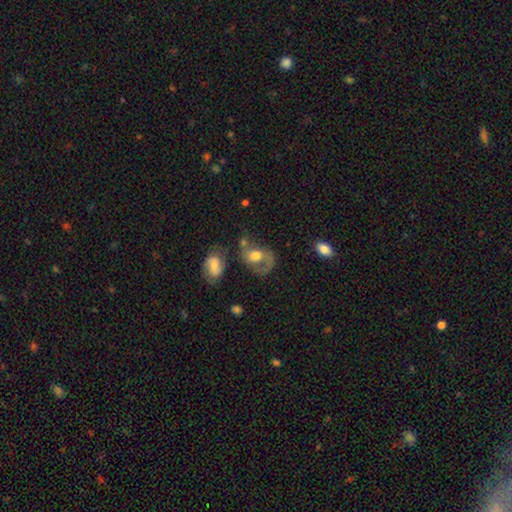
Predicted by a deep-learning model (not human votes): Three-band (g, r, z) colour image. It shows a featured or disk galaxy (54%) with no bar (66%), spiral arms (69%) and a moderate central bulge (60%). Merging: none (38%).